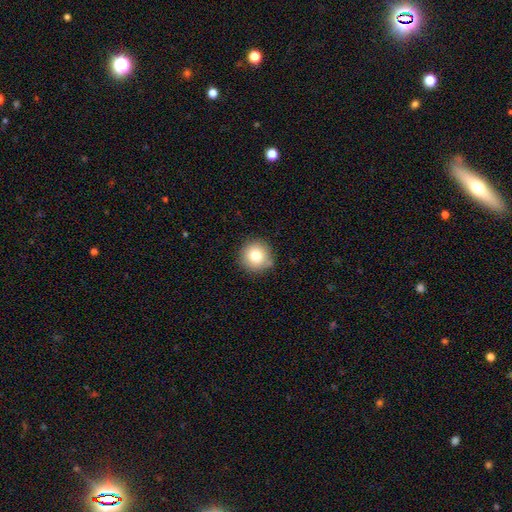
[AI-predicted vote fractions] This appears to be a smooth galaxy with no disk features (79%) that is round (95%). Merging: none (82%).